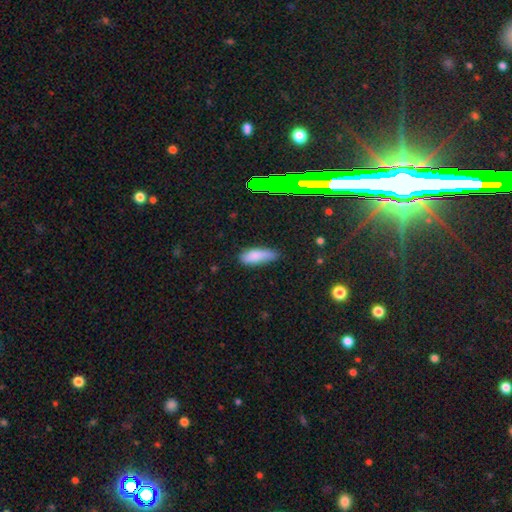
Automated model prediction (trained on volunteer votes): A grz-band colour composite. It shows a smooth galaxy with no disk features (82%) that is in between round and cigar-shaped (66%). Merging: none (62%).